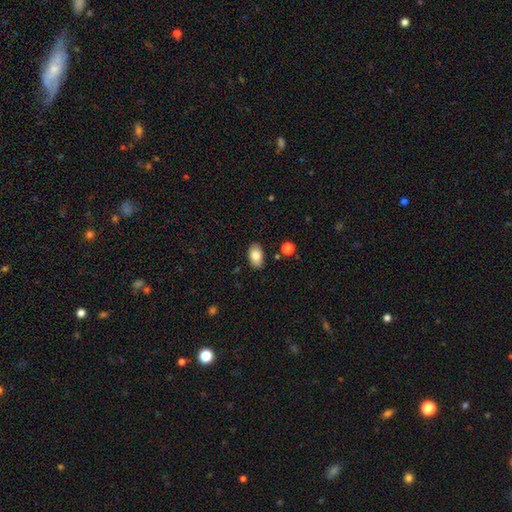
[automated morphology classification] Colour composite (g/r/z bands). It shows a smooth galaxy with no disk features (85%) that is in between round and cigar-shaped (91%). Merging: none (85%).